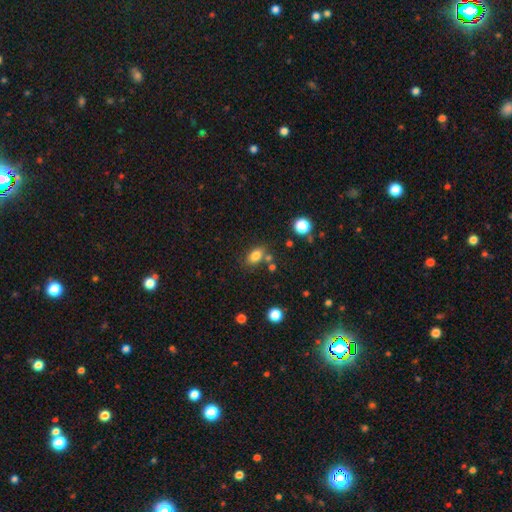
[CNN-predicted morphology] This appears to be a smooth galaxy with no disk features (81%) that is in between round and cigar-shaped (82%). Merging: none (70%).